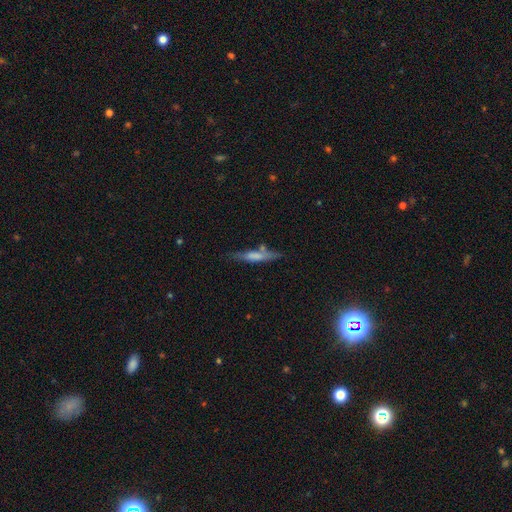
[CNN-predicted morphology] smooth-or-featured: smooth: 58% | featured or disk: 36% | star or artifact: 7%
  how-rounded: cigar-shaped: 85% | in between: 13% | round: 2%
  merging: none: 68% | minor disturbance: 19% | merger: 8% | major disturbance: 5%